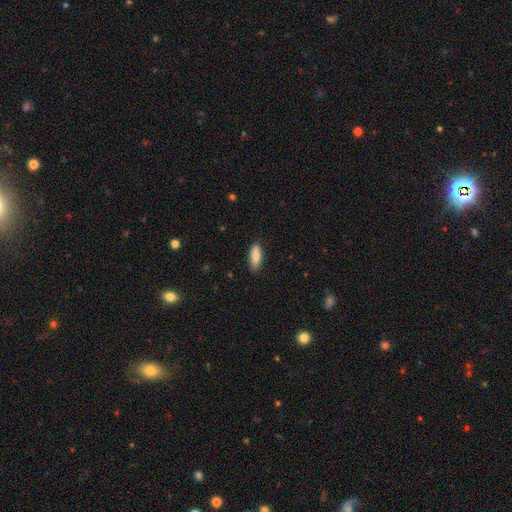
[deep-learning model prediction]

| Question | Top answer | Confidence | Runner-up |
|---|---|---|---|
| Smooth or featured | smooth | 82% | featured or disk (12%) |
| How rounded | in between | 69% | cigar-shaped (29%) |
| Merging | none | 85% | minor disturbance (12%) |